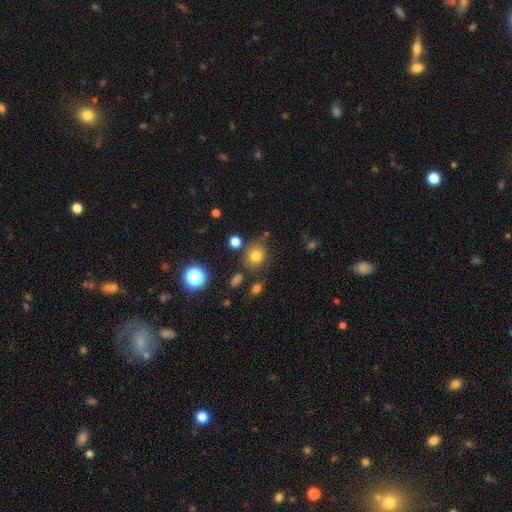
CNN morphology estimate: Q: Smooth or featured?
A: smooth (77%); runner-up: star or artifact (15%)
Q: How rounded?
A: round (76%); runner-up: in between (23%)
Q: Merging?
A: none (77%); runner-up: minor disturbance (13%)